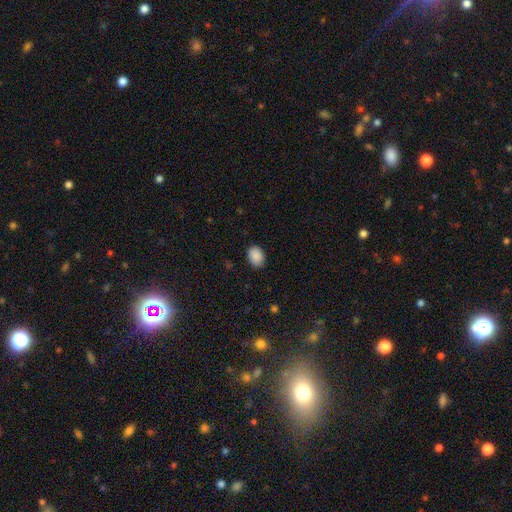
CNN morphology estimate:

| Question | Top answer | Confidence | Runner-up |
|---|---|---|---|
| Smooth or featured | smooth | 90% | star or artifact (8%) |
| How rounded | in between | 72% | round (27%) |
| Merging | none | 87% | minor disturbance (10%) |